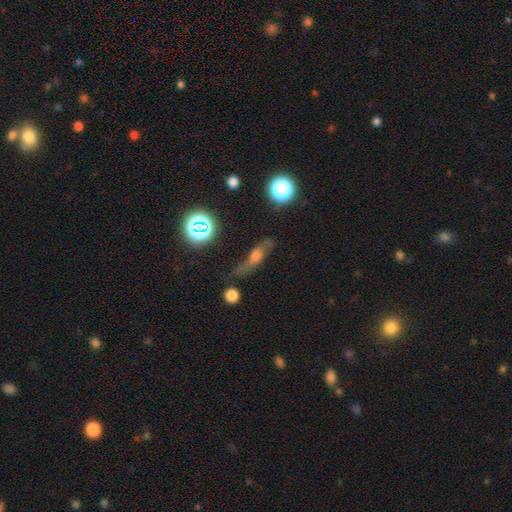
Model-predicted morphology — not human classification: A featured or disk galaxy (44%). Merging: none (61%).